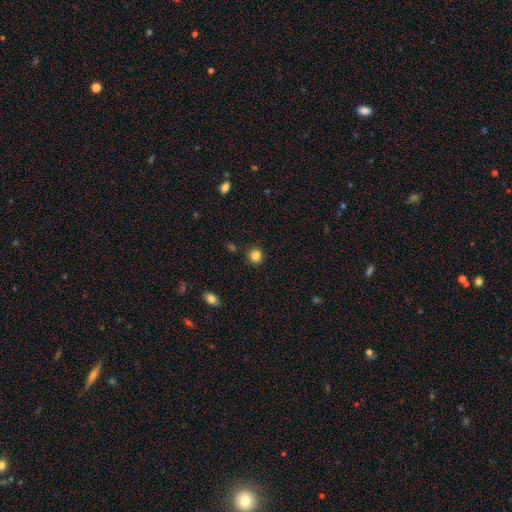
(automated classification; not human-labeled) Smooth or featured: smooth — 85% (star or artifact — 11%)
How rounded: round — 88% (in between — 11%)
Merging: none — 89% (minor disturbance — 7%)